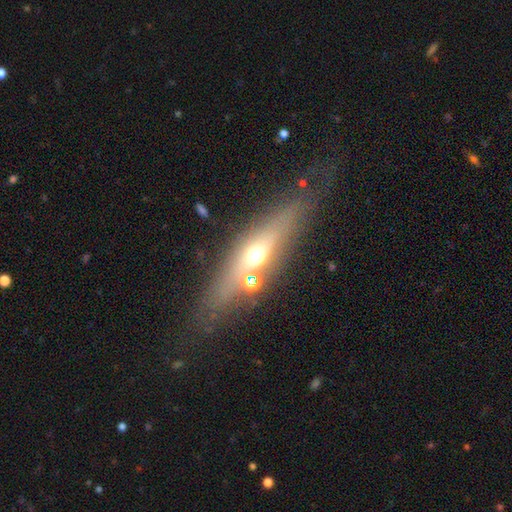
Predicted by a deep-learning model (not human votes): featured or disk 52%, smooth 37%, star or artifact 11%. Down the decision tree: edge-on disk — yes (75%); merging — none (73%).